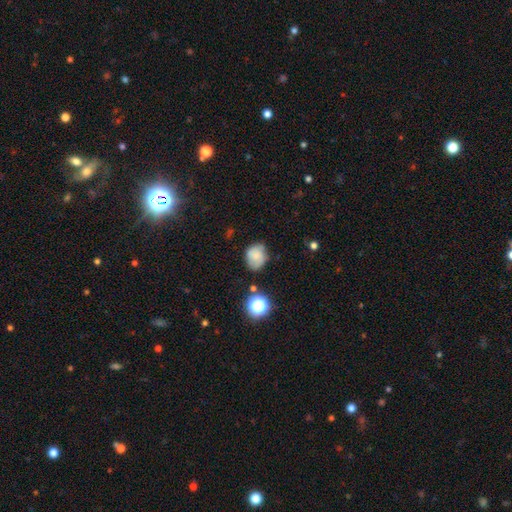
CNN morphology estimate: Smooth or featured: smooth — 73% (featured or disk — 15%)
How rounded: round — 60% (in between — 39%)
Merging: none — 63% (minor disturbance — 27%)